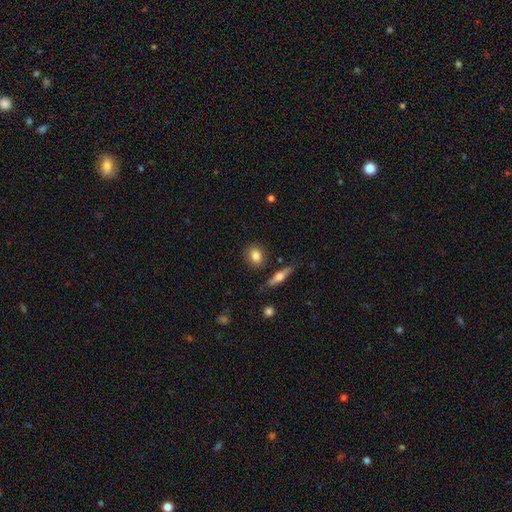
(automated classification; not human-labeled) Overall: smooth (82%). How rounded: round (59%; in between 37%). Merging: none (84%).